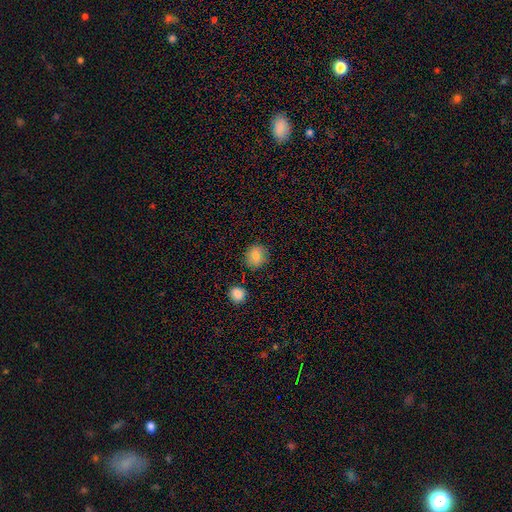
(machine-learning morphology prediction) smooth_or_featured: smooth (p=0.82) [alt: star or artifact p=0.10]
how_rounded: round (p=0.82) [alt: in between p=0.17]
merging: none (p=0.85) [alt: minor disturbance p=0.10]